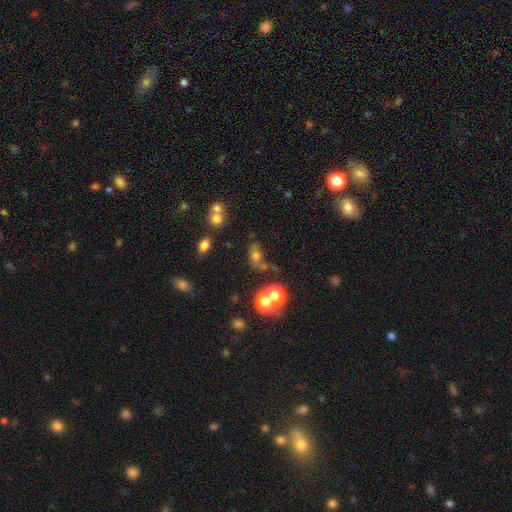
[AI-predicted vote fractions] smooth-or-featured: smooth: 56% | featured or disk: 23% | star or artifact: 21%
  how-rounded: in between: 72% | round: 23% | cigar-shaped: 4%
  merging: none: 45% | merger: 23% | minor disturbance: 20% | major disturbance: 13%